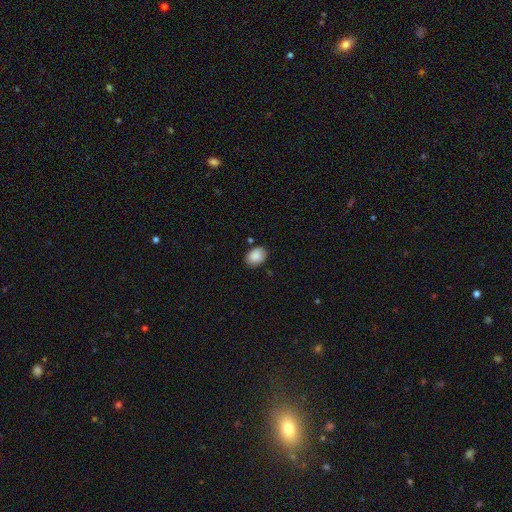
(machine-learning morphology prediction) This is clearly a smooth galaxy (88%). How rounded: likely in between (66%). Merging: likely none (80%).